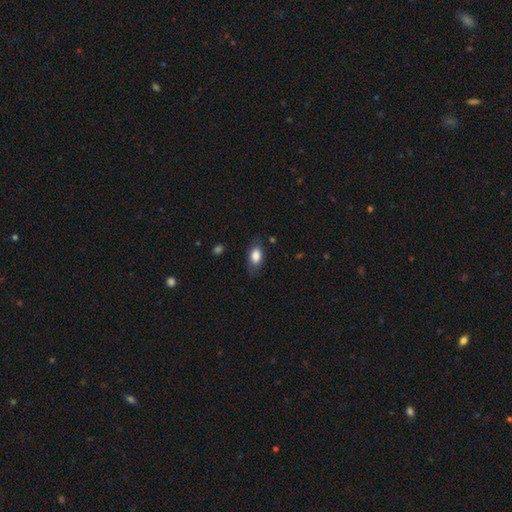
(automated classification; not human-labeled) Smooth or featured?
  - smooth: 81% *
  - featured or disk: 12%
  - star or artifact: 7%
How rounded?
  - in between: 87% *
  - round: 7%
  - cigar-shaped: 6%
Merging?
  - none: 73% *
  - minor disturbance: 20%
  - major disturbance: 6%
  - merger: 1%